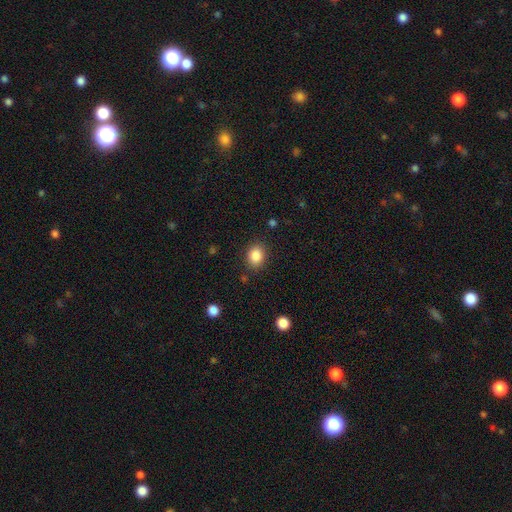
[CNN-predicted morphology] Q: Smooth or featured?
A: smooth (87%); runner-up: star or artifact (9%)
Q: How rounded?
A: round (57%); runner-up: in between (42%)
Q: Merging?
A: none (85%); runner-up: minor disturbance (10%)